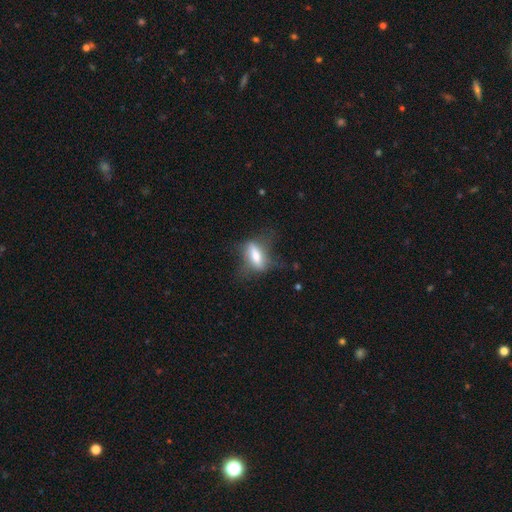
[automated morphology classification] A smooth galaxy with no disk features (53%) that is in between round and cigar-shaped (62%). Merging: none (47%).